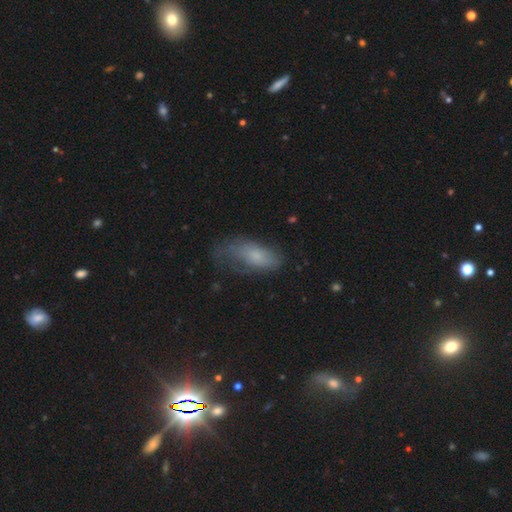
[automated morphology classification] The model was most divided on "merging": none: 39%, minor disturbance: 30%, major disturbance: 29%, merger: 2%. More confident: how rounded — in between (84%); smooth or featured — smooth (61%).